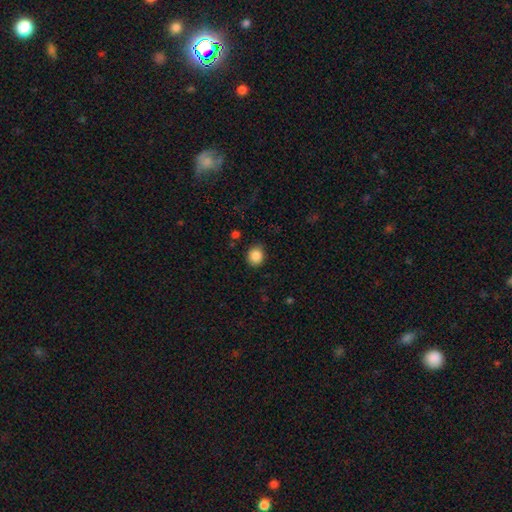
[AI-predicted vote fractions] A smooth galaxy with no disk features (87%) that is round (75%).

Vote fractions:
- Smooth or featured? smooth: 87% / star or artifact: 9% / featured or disk: 4%
- How rounded? round: 75% / in between: 24% / cigar-shaped: 1%
- Merging? none: 85% / minor disturbance: 11% / major disturbance: 3% / merger: 2%